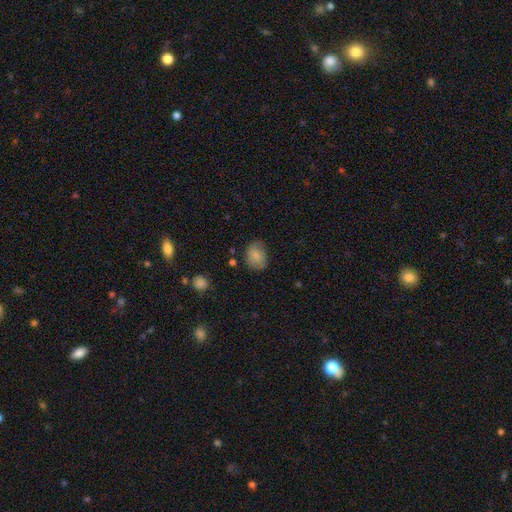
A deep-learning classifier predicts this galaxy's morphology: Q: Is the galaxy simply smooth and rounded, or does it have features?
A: smooth — 81%.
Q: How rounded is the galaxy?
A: in between — 61%.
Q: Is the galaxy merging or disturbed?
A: none — 65%.